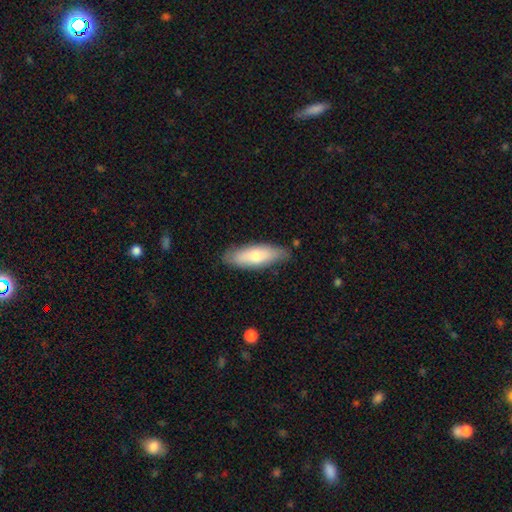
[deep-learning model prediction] This is likely a smooth galaxy (70%). How rounded: likely in between (62%). Merging: clearly none (80%).